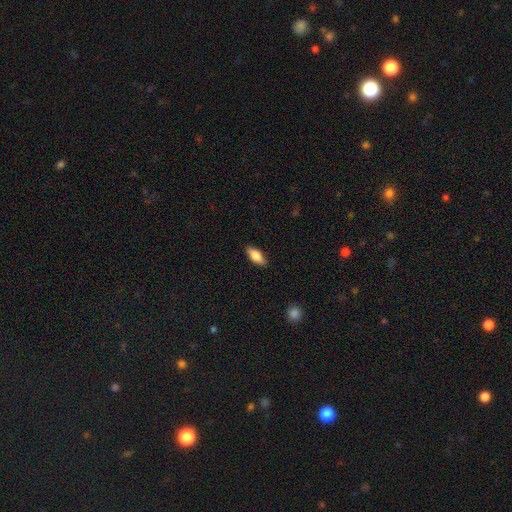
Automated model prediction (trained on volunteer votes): Q: Smooth or featured?
A: smooth (79%); runner-up: featured or disk (15%)
Q: How rounded?
A: in between (79%); runner-up: cigar-shaped (19%)
Q: Merging?
A: none (87%); runner-up: minor disturbance (10%)